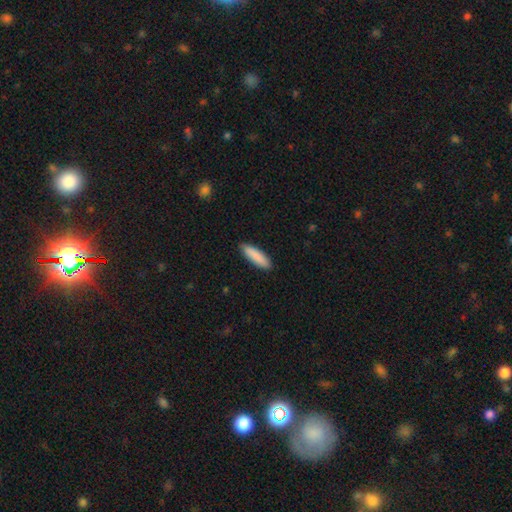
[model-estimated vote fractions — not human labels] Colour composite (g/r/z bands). It shows a smooth galaxy with no disk features (88%) that is cigar-shaped (66%). Merging: none (90%).